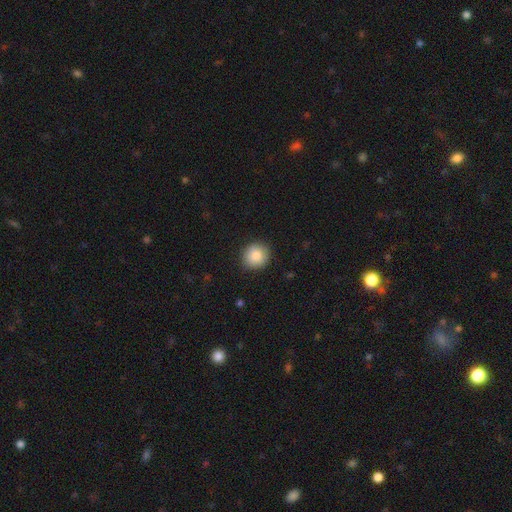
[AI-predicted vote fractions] Smooth or featured? smooth (86%)
How rounded? round (85%)
Merging? none (88%)